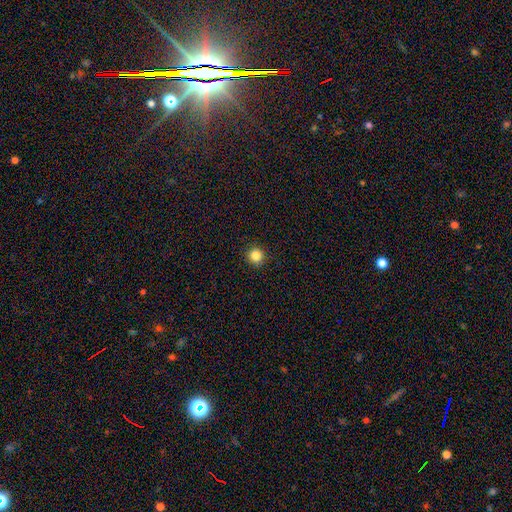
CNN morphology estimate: smooth-or-featured: smooth: 84% | star or artifact: 12% | featured or disk: 4%
  how-rounded: round: 95% | in between: 4% | cigar-shaped: 1%
  merging: none: 92% | minor disturbance: 5% | major disturbance: 2% | merger: 1%